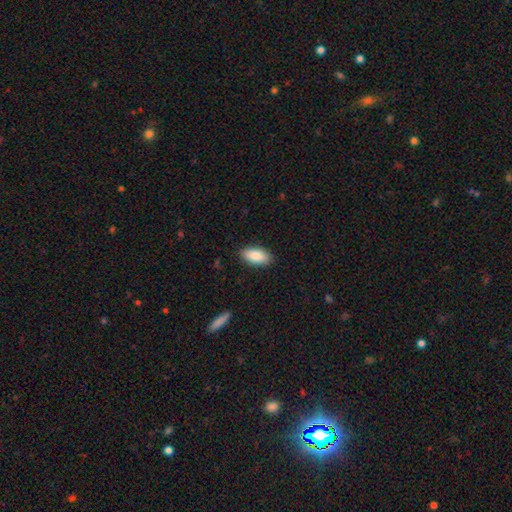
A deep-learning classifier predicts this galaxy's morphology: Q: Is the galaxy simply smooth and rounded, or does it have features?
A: smooth — 87%.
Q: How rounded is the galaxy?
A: in between — 91%.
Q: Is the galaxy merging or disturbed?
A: none — 88%.